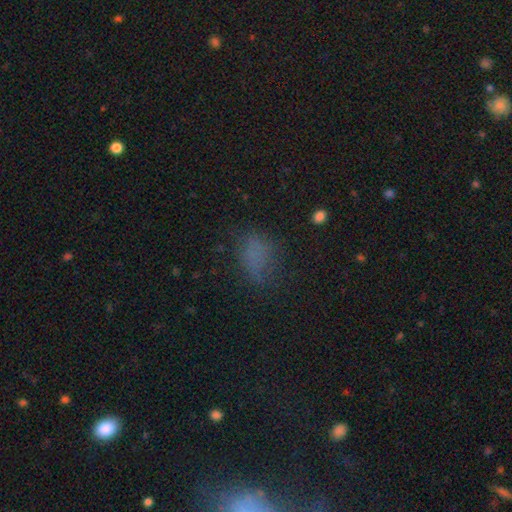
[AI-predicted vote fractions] smooth-or-featured: smooth: 67% | star or artifact: 21% | featured or disk: 13%
  how-rounded: in between: 79% | round: 18% | cigar-shaped: 3%
  merging: none: 58% | minor disturbance: 24% | major disturbance: 16% | merger: 2%